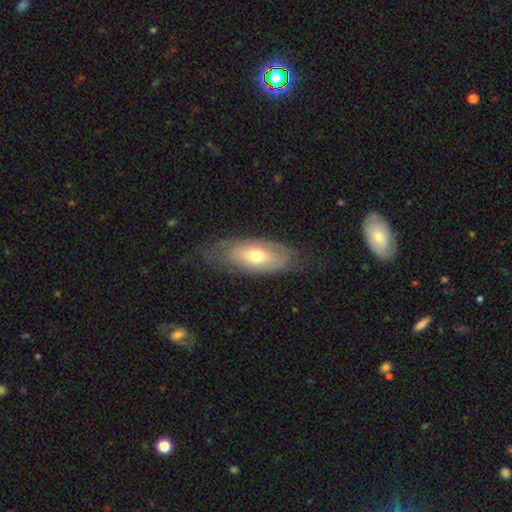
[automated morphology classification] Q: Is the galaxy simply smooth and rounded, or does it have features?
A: smooth — 50%.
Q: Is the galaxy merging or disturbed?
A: none — 65%.